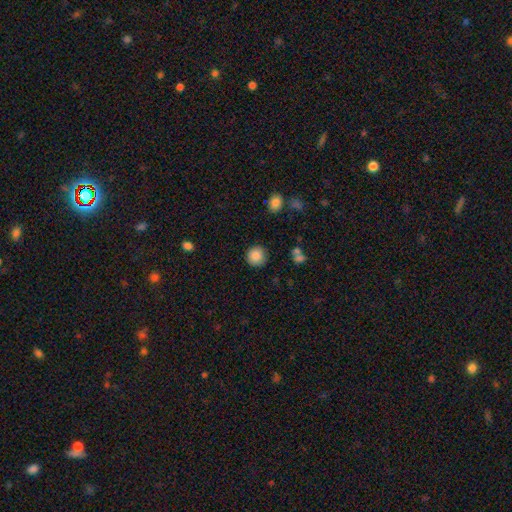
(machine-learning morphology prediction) type=smooth (86%); roundness=round (93%); merging=none (87%).